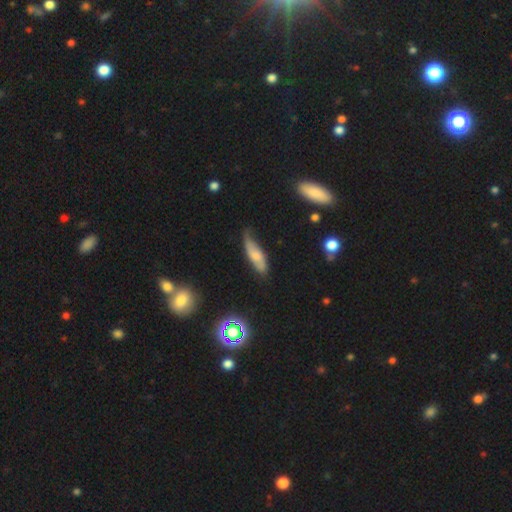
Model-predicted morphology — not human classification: This is possibly a smooth galaxy (55%). How rounded: possibly cigar-shaped (50%). Merging: possibly none (53%).